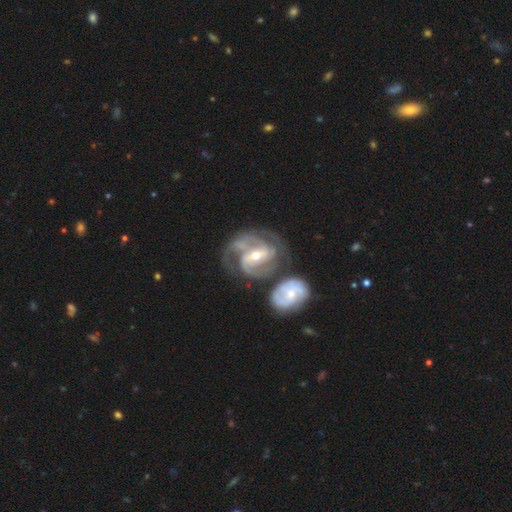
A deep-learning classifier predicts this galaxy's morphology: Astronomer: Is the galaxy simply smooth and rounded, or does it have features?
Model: featured or disk — 91%.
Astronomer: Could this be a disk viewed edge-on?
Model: no — 97%.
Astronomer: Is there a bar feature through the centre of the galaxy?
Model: strong — 41% (runner-up: weak, 40%).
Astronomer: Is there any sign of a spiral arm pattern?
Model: yes — 97%.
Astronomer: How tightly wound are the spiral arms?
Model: medium — 46% (runner-up: tight, 44%).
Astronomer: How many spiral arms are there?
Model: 2 — 56%.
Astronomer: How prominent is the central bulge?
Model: moderate — 52% (runner-up: small, 44%).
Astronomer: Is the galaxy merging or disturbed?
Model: none — 44% (runner-up: merger, 27%).